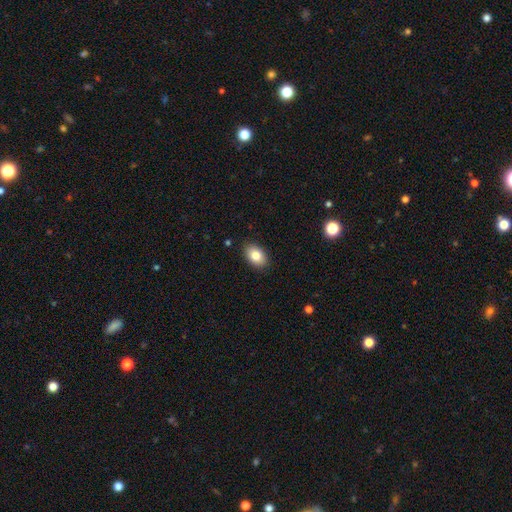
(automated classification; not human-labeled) Smooth or featured: smooth — 83% (featured or disk — 9%)
How rounded: in between — 87% (round — 12%)
Merging: none — 88% (minor disturbance — 9%)